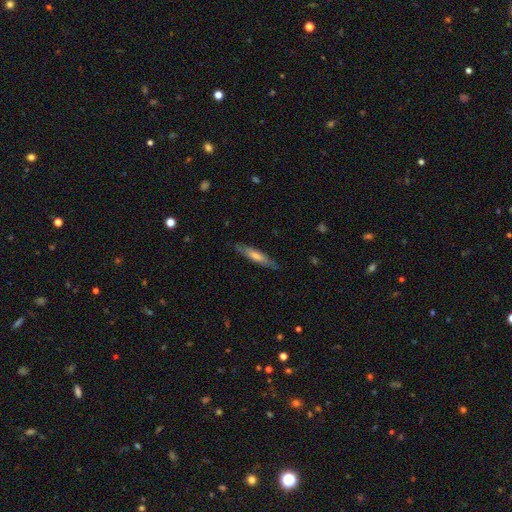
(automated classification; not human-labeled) Overall: featured or disk (48%; smooth 46%). Merging: none (83%).